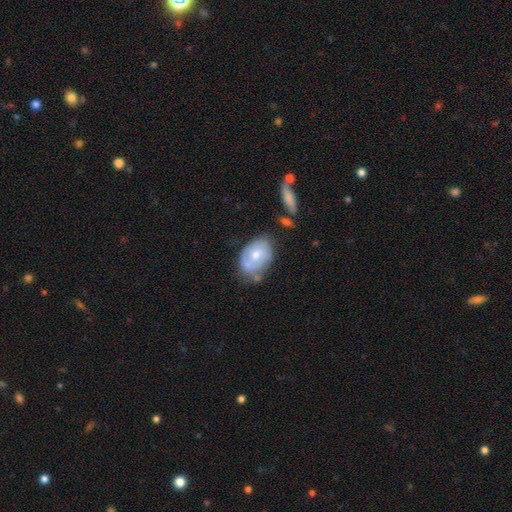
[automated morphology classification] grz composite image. It shows a smooth galaxy with no disk features (51%) that is in between round and cigar-shaped (84%). Merging: none (49%).